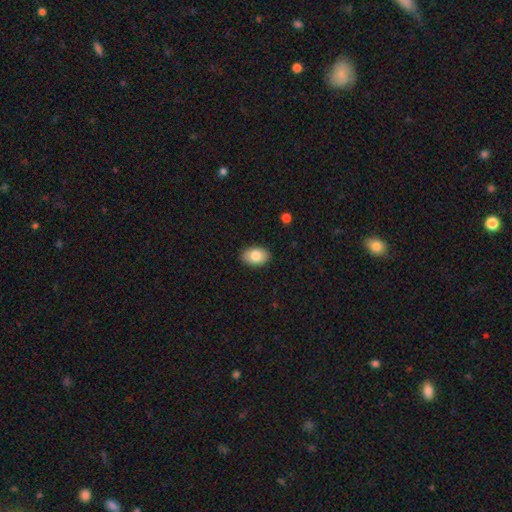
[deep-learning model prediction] Overall: smooth (82%). How rounded: in between (85%). Merging: none (89%).